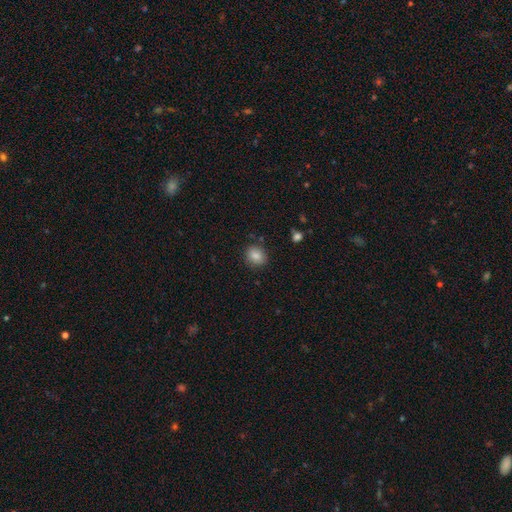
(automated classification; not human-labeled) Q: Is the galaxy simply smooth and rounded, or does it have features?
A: smooth — 85%.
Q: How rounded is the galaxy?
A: round — 68%.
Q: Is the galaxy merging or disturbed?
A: none — 85%.